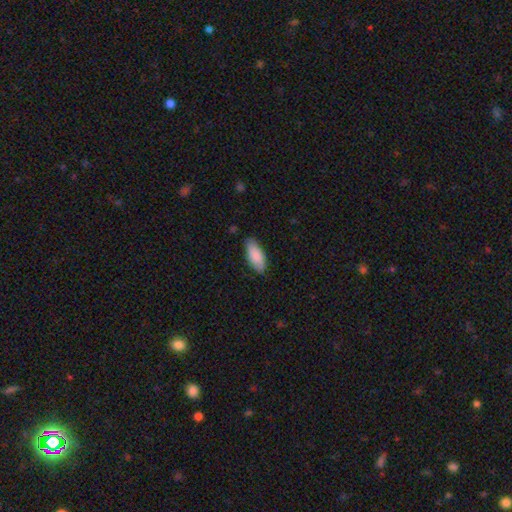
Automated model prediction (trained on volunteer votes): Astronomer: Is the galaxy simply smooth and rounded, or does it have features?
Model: smooth — 87%.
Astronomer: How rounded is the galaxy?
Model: in between — 87%.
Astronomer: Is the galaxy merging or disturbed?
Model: none — 81%.